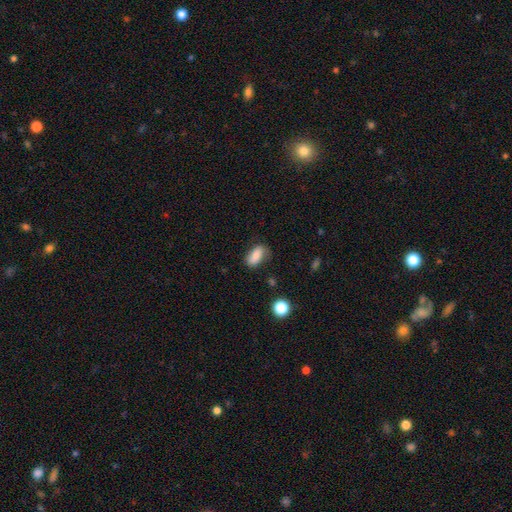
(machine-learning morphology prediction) The model was most divided on "merging": none: 70%, minor disturbance: 22%, major disturbance: 6%, merger: 2%. More confident: how rounded — in between (88%); smooth or featured — smooth (76%).